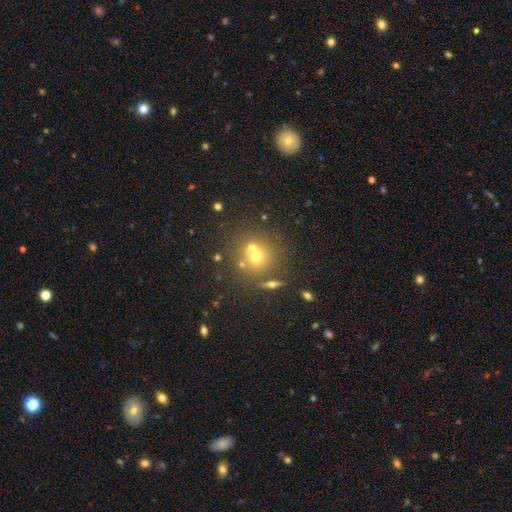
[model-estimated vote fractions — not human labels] A smooth galaxy with no disk features (57%) that is round (87%).

Vote fractions:
- Smooth or featured? smooth: 57% / star or artifact: 22% / featured or disk: 21%
- How rounded? round: 87% / in between: 12% / cigar-shaped: 1%
- Merging? none: 52% / merger: 35% / minor disturbance: 9% / major disturbance: 4%